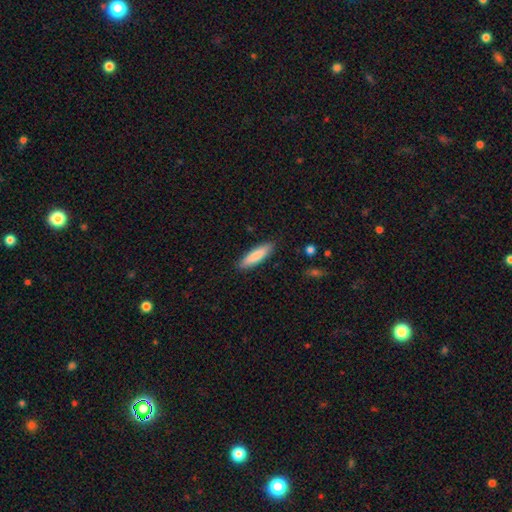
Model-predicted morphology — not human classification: This appears to be a smooth galaxy with no disk features (85%) that is cigar-shaped (71%). Merging: none (89%).